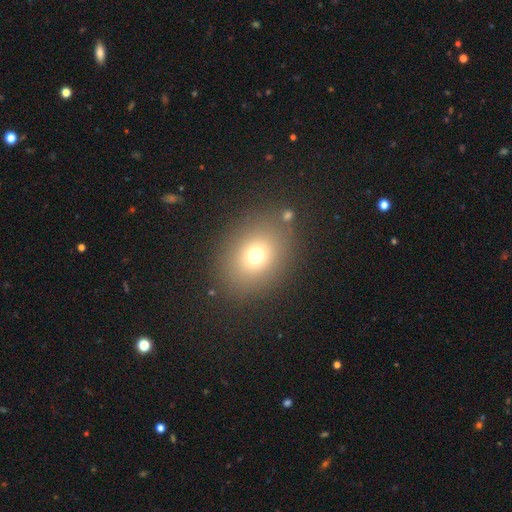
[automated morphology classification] smooth-or-featured: smooth: 70% | star or artifact: 17% | featured or disk: 13%
  how-rounded: round: 58% | in between: 41% | cigar-shaped: 1%
  merging: none: 82% | minor disturbance: 9% | major disturbance: 5% | merger: 4%